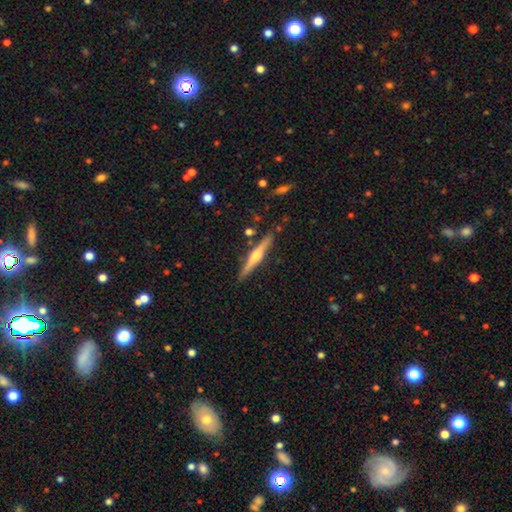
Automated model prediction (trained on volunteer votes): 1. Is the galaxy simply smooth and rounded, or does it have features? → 68% featured or disk, 26% smooth, 6% star or artifact.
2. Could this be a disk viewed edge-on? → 98% yes, 2% no.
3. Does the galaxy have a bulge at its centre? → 88% rounded, 6% none, 6% boxy.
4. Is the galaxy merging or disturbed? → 88% none, 8% minor disturbance, 2% merger, 2% major disturbance.